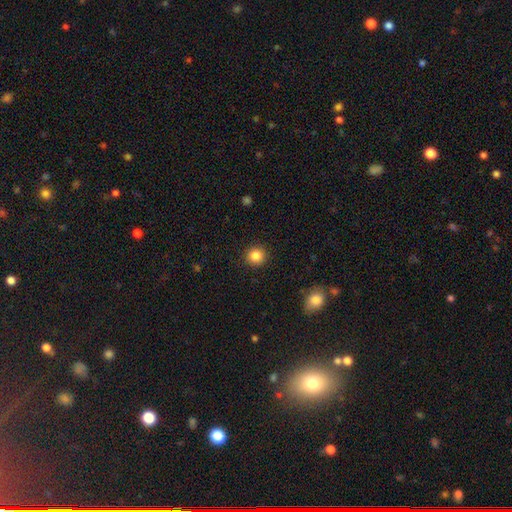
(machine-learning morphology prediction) This is clearly a smooth galaxy (85%). How rounded: clearly round (93%). Merging: clearly none (91%).